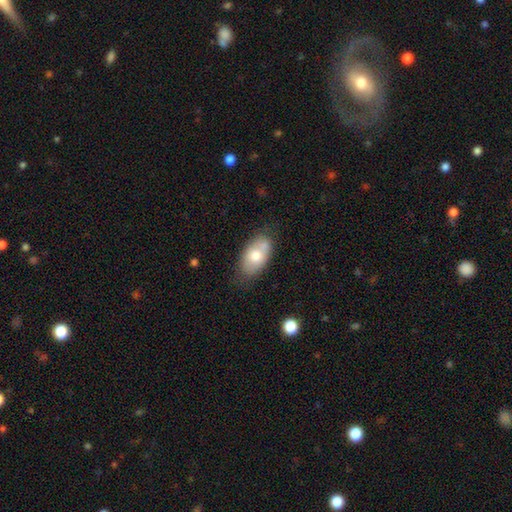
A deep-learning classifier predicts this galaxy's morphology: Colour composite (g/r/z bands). It shows a smooth galaxy with no disk features (70%) that is in between round and cigar-shaped (92%). Merging: none (65%).